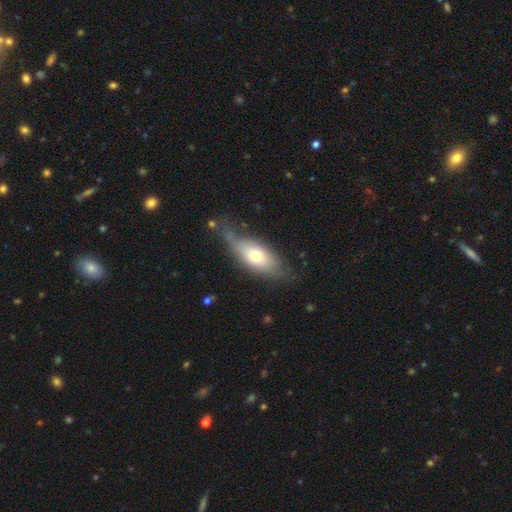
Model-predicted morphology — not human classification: Smooth or featured? smooth (62%)
How rounded? in between (77%)
Merging? none (56%)